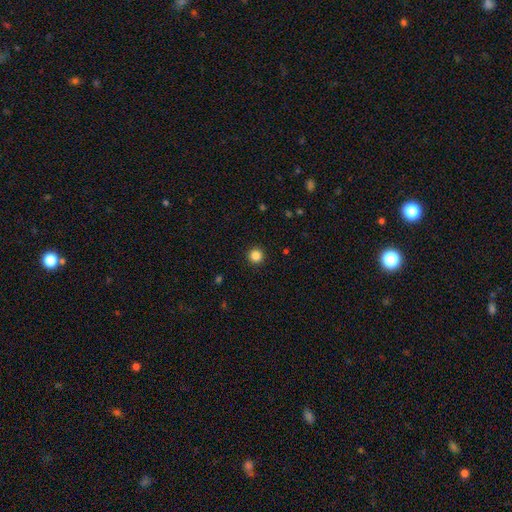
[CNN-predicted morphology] smooth_or_featured: smooth (p=0.85) [alt: star or artifact p=0.12]
how_rounded: round (p=0.96) [alt: in between p=0.03]
merging: none (p=0.93) [alt: minor disturbance p=0.04]